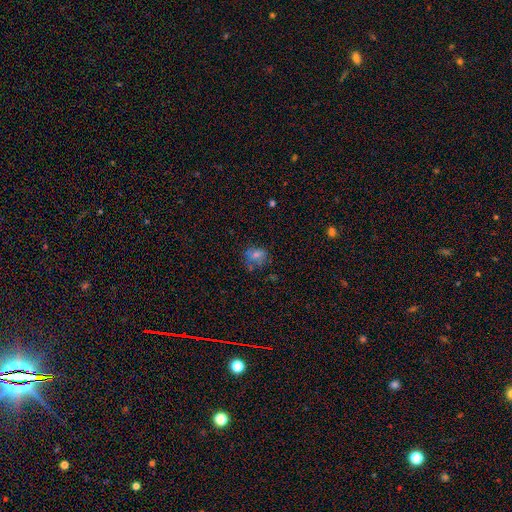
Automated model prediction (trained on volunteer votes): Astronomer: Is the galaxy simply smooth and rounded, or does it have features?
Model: smooth — 55%.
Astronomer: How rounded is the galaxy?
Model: round — 62%.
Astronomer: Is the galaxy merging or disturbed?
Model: none — 65%.